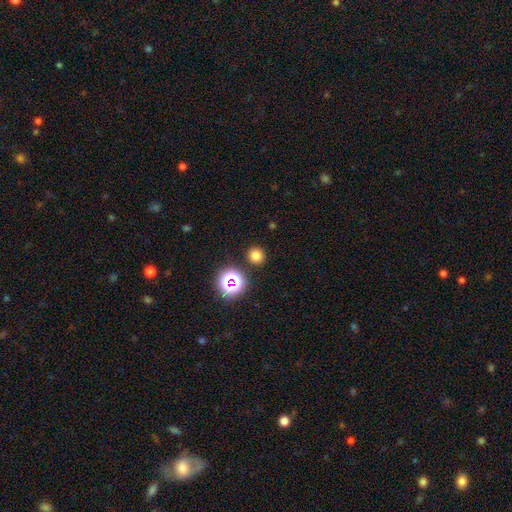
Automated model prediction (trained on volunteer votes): This appears to be a smooth galaxy with no disk features (74%) that is round (90%). Merging: none (89%).